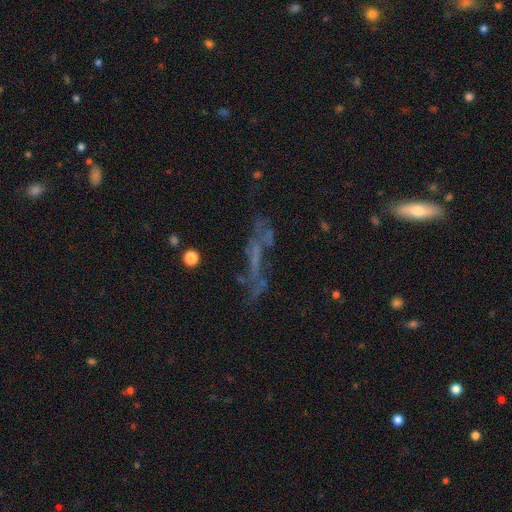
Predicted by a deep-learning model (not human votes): Overall: featured or disk (52%; star or artifact 25%). Edge-on disk: no (72%). Merging: none (48%; major disturbance 25%).